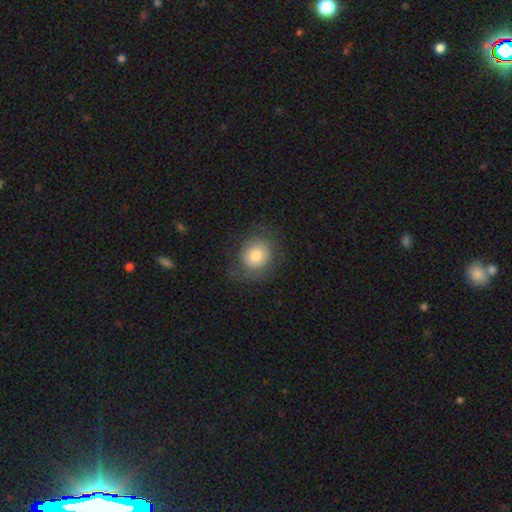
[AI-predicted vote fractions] This is likely a smooth galaxy (73%). How rounded: likely round (76%). Merging: likely none (75%).